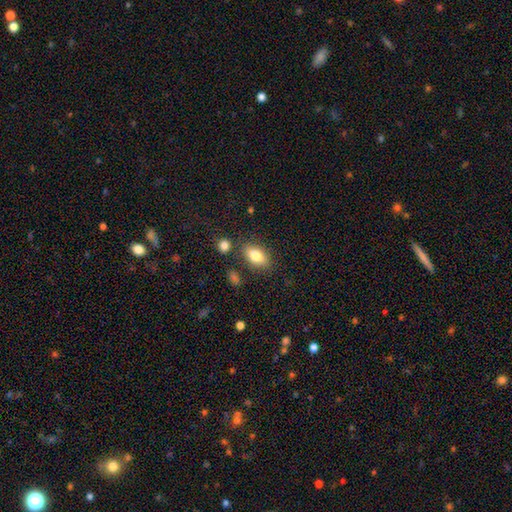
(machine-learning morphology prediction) smooth 79%, featured or disk 13%, star or artifact 8%. Down the decision tree: how rounded — in between (87%); merging — none (80%).